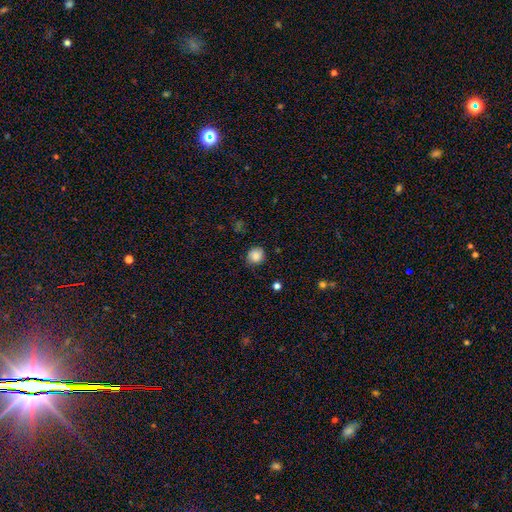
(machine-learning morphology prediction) Smooth or featured?
  - smooth: 81% *
  - star or artifact: 10%
  - featured or disk: 9%
How rounded?
  - round: 79% *
  - in between: 20%
  - cigar-shaped: 1%
Merging?
  - none: 78% *
  - minor disturbance: 17%
  - major disturbance: 4%
  - merger: 1%